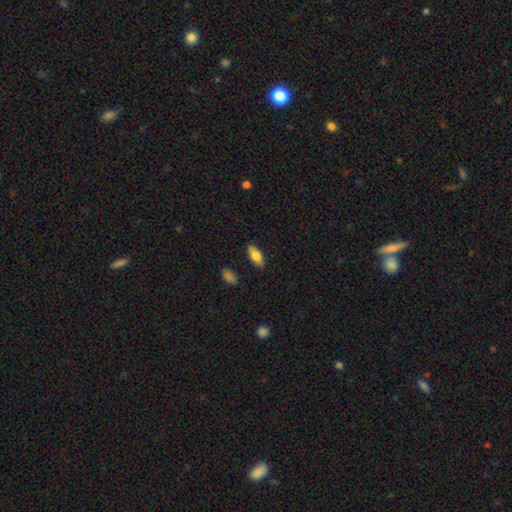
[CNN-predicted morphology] smooth-or-featured: smooth: 76% | featured or disk: 17% | star or artifact: 7%
  how-rounded: in between: 83% | cigar-shaped: 14% | round: 3%
  merging: none: 86% | minor disturbance: 10% | major disturbance: 2% | merger: 2%